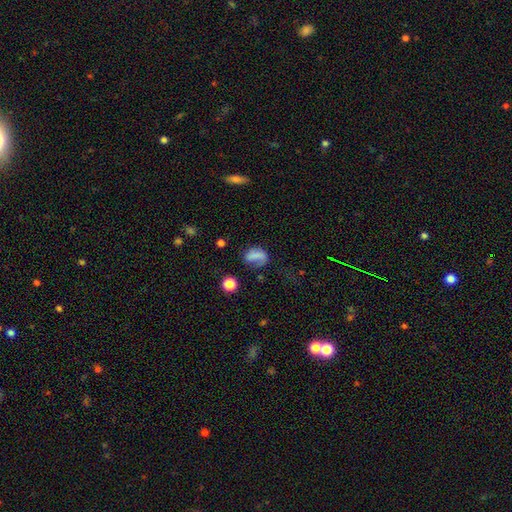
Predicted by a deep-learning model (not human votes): A smooth galaxy with no disk features (68%) that is in between round and cigar-shaped (70%).

Vote fractions:
- Smooth or featured? smooth: 68% / featured or disk: 19% / star or artifact: 13%
- How rounded? in between: 70% / round: 27% / cigar-shaped: 3%
- Merging? none: 45% / minor disturbance: 25% / major disturbance: 25% / merger: 5%